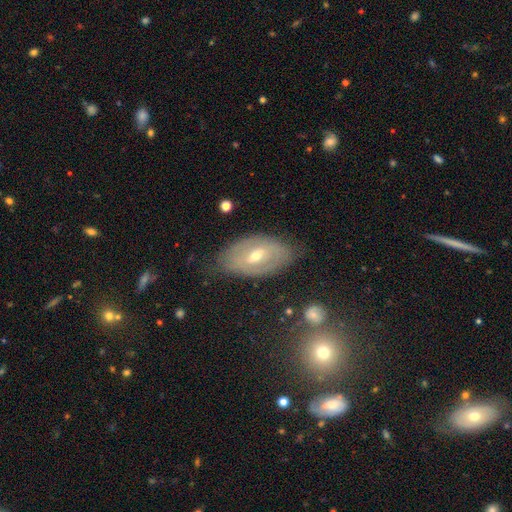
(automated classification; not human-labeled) This appears to be a featured or disk galaxy (69%) with a weak bar (49%), spiral arms (59%) and a moderate central bulge (57%). Merging: none (72%).